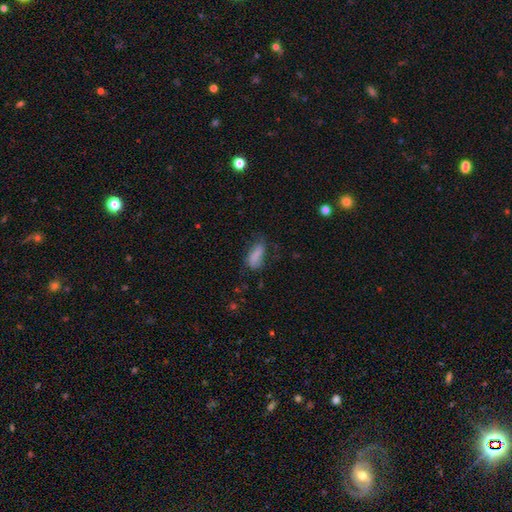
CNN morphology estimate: Q: Smooth or featured?
A: smooth (78%); runner-up: featured or disk (14%)
Q: How rounded?
A: in between (79%); runner-up: cigar-shaped (18%)
Q: Merging?
A: none (51%); runner-up: minor disturbance (31%)